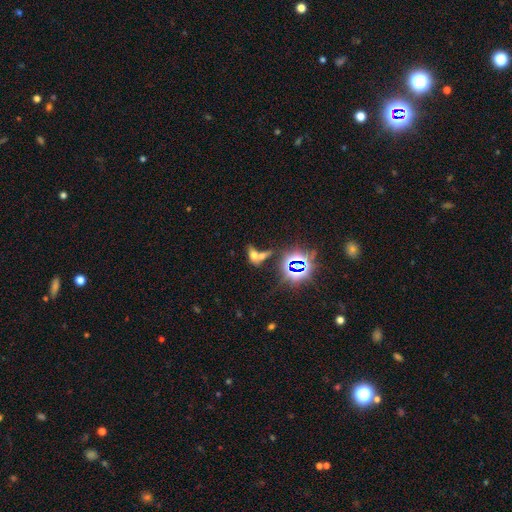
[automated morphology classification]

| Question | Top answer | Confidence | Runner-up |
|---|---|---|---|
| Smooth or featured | smooth | 48% | star or artifact (32%) |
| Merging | merger | 52% | none (31%) |